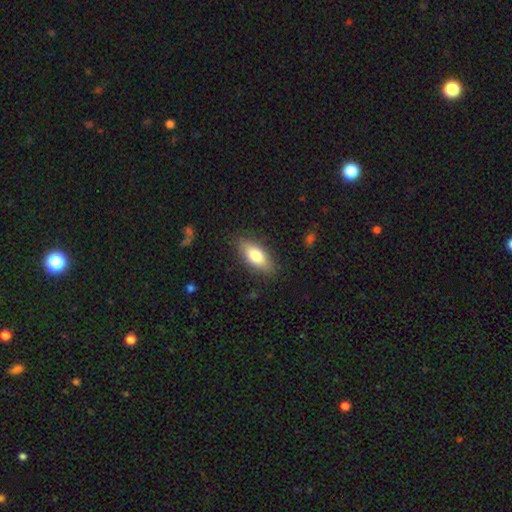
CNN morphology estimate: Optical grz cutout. It shows a smooth galaxy with no disk features (75%) that is in between round and cigar-shaped (77%). Merging: none (85%).